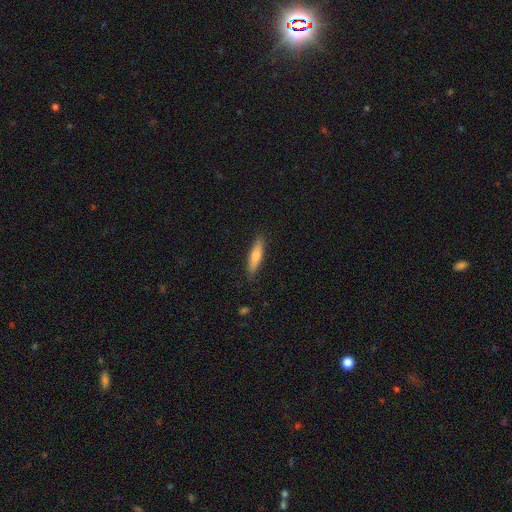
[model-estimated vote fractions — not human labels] A smooth galaxy with no disk features (67%) that is cigar-shaped (81%).

Vote fractions:
- Smooth or featured? smooth: 67% / featured or disk: 27% / star or artifact: 6%
- How rounded? cigar-shaped: 81% / in between: 18% / round: 2%
- Merging? none: 88% / minor disturbance: 9% / major disturbance: 2% / merger: 1%